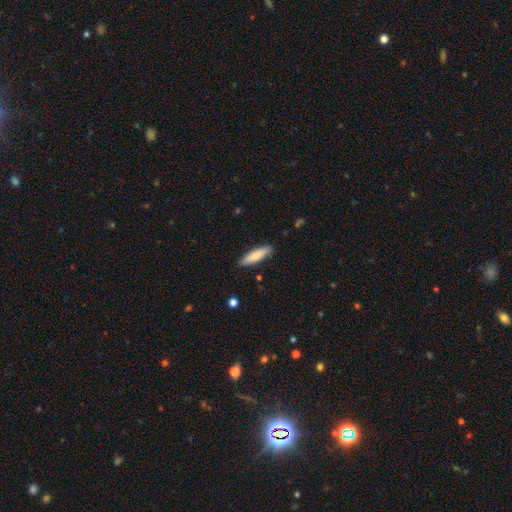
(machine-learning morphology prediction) Q: Smooth or featured?
A: smooth (81%); runner-up: featured or disk (13%)
Q: How rounded?
A: cigar-shaped (70%); runner-up: in between (29%)
Q: Merging?
A: none (88%); runner-up: minor disturbance (9%)